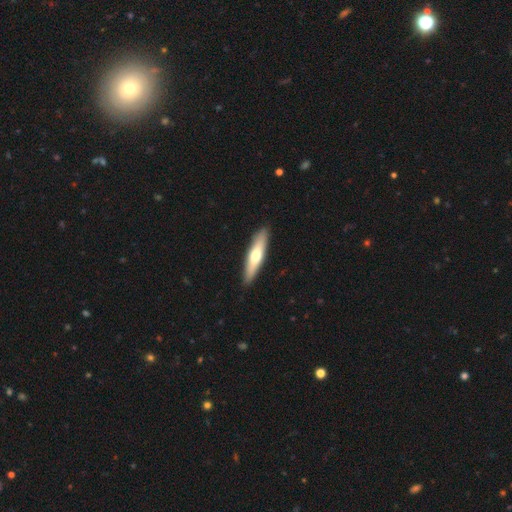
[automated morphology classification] smooth_or_featured: smooth (p=0.56) [alt: featured or disk p=0.39]
how_rounded: cigar-shaped (p=0.77) [alt: in between p=0.21]
merging: none (p=0.91) [alt: minor disturbance p=0.07]